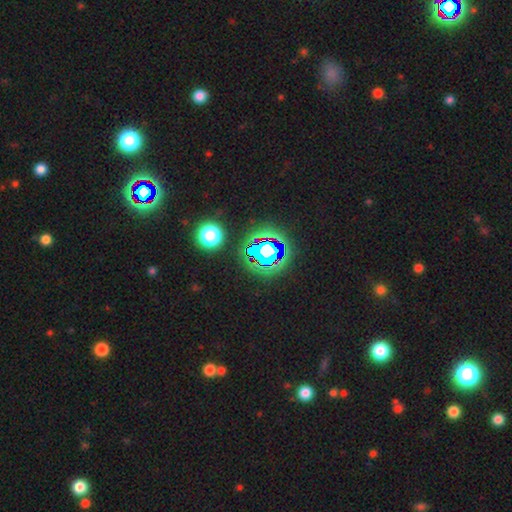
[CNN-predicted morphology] This appears to be a star or artifact, not a galaxy (80%).